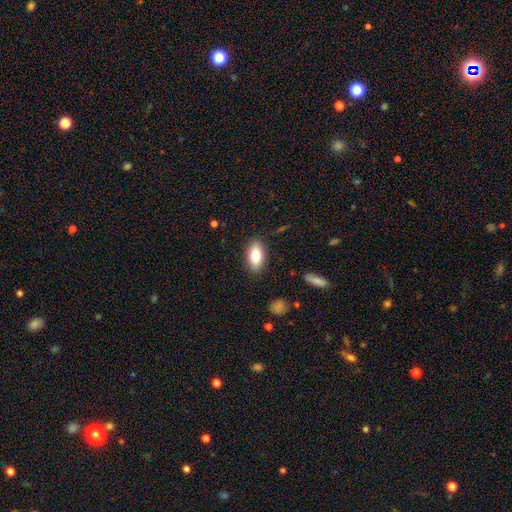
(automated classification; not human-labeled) smooth 78%, featured or disk 15%, star or artifact 7%. Down the decision tree: how rounded — in between (87%); merging — none (87%).